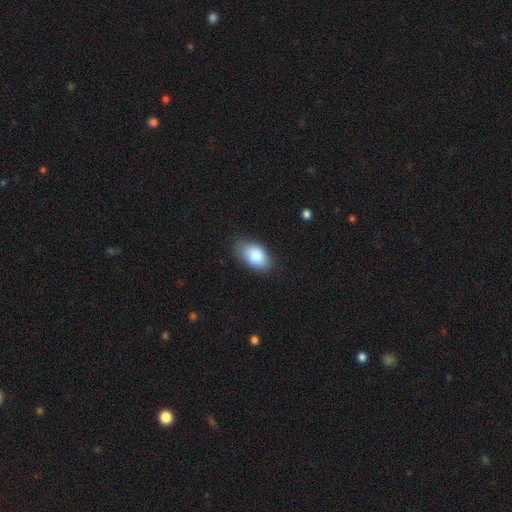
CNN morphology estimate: Smooth or featured: smooth — 86% (featured or disk — 7%)
How rounded: in between — 93% (round — 5%)
Merging: none — 76% (minor disturbance — 19%)